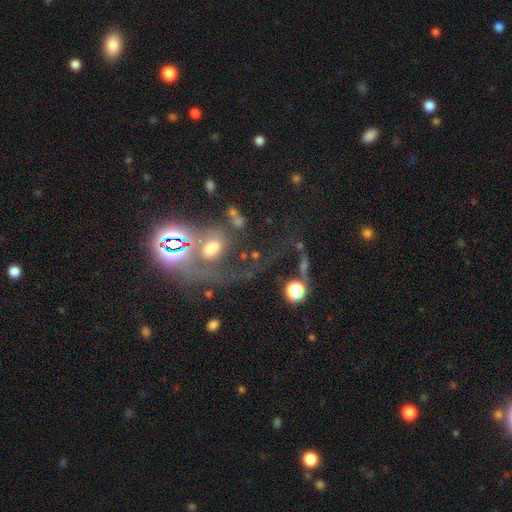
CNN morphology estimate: Smooth or featured? Predicted: featured or disk (p=0.37). Merging? Predicted: none (p=0.33).